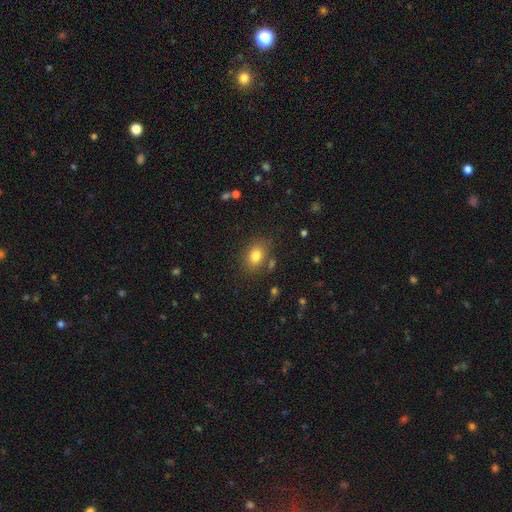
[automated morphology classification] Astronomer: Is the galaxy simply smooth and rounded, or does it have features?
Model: smooth — 80%.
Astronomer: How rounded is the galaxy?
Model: in between — 63%.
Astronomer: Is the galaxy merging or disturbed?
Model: none — 79%.